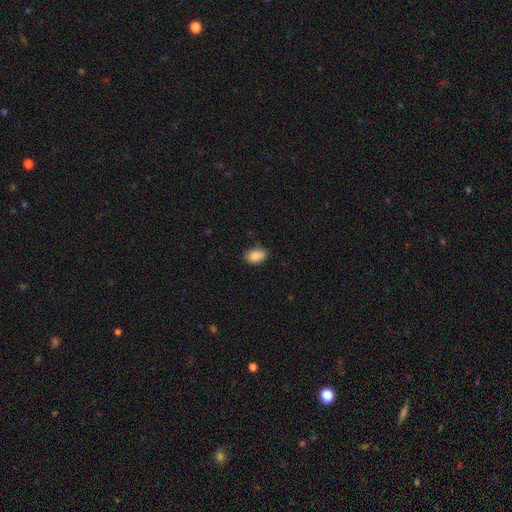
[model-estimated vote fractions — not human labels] Smooth or featured? Predicted: smooth (p=0.89). How rounded? Predicted: in between (p=0.89). Merging? Predicted: none (p=0.81).